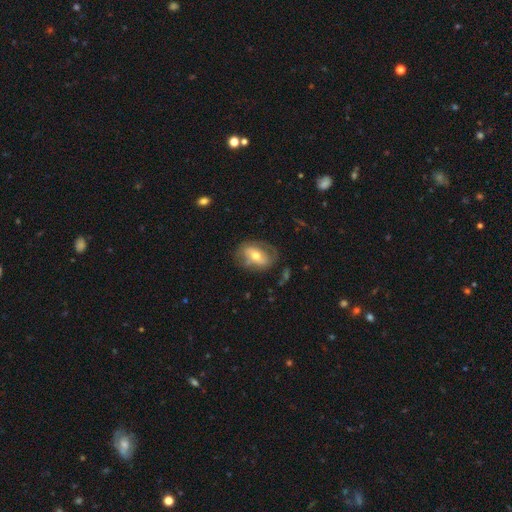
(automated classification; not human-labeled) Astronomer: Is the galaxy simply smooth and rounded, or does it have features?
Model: featured or disk — 52% (runner-up: smooth, 41%).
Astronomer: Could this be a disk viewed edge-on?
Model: no — 91%.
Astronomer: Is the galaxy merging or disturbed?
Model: none — 66%.